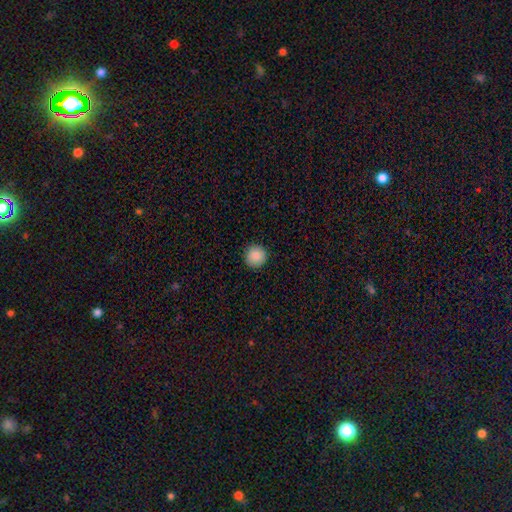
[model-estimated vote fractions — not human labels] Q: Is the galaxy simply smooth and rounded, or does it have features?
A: smooth — 89%.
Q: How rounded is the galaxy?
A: round — 95%.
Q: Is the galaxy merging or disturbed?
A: none — 92%.